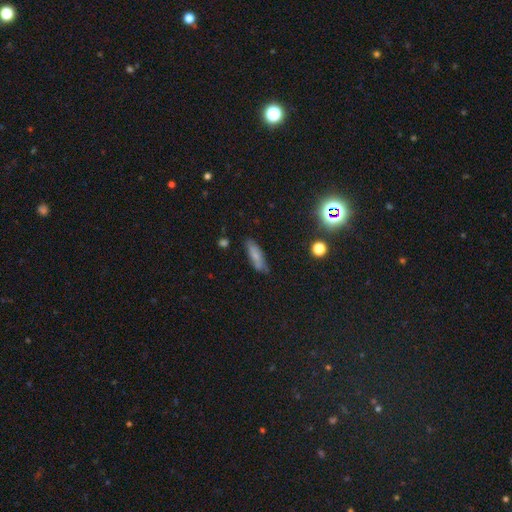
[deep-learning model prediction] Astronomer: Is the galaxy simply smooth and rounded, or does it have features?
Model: smooth — 70%.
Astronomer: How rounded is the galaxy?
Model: cigar-shaped — 50% (runner-up: in between, 47%).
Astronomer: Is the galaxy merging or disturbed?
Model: none — 73%.